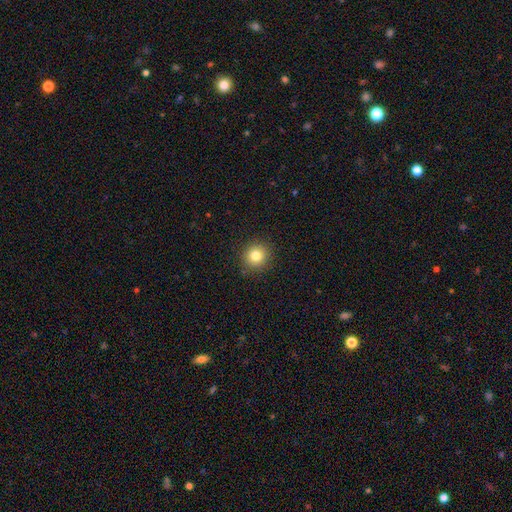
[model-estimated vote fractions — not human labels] Smooth or featured?
  - smooth: 81% *
  - star or artifact: 12%
  - featured or disk: 7%
How rounded?
  - round: 92% *
  - in between: 7%
  - cigar-shaped: 1%
Merging?
  - none: 91% *
  - minor disturbance: 6%
  - major disturbance: 2%
  - merger: 1%